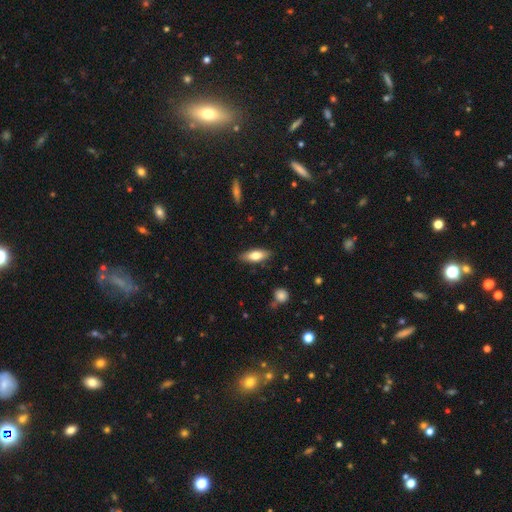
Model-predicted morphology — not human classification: smooth-or-featured: smooth: 72% | featured or disk: 22% | star or artifact: 6%
  how-rounded: in between: 67% | cigar-shaped: 31% | round: 2%
  merging: none: 86% | minor disturbance: 11% | major disturbance: 2% | merger: 1%